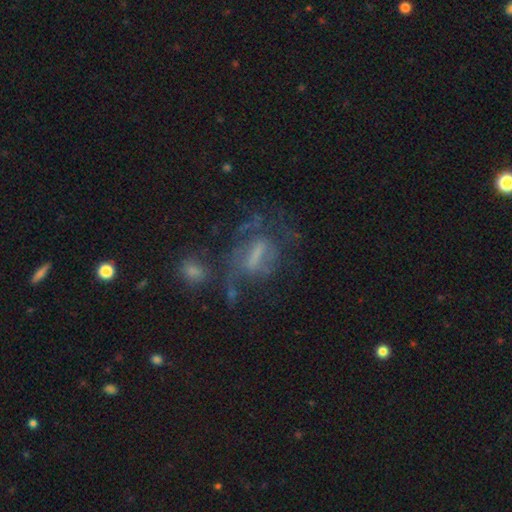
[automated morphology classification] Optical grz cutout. It shows a featured or disk galaxy (57%) with a strong bar (39%), no spiral arms (54%) and no central bulge (43%). Merging: major disturbance (35%).